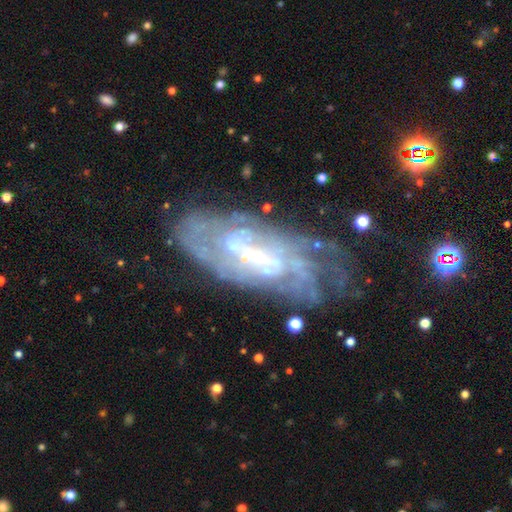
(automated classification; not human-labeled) smooth-or-featured: featured or disk: 80% | smooth: 11% | star or artifact: 8%
  disk-edge-on: no: 90% | yes: 10%
    bar: weak: 41% (tied) | no: 41% (tied) | strong: 18%
    has-spiral-arms: yes: 85% | no: 15%
      spiral-winding: tight: 63% | medium: 28% | loose: 9%
      spiral-arm-count: can't tell: 57% | 2: 10% | 4: 10% | 3: 9% | more than 4: 8% | 1: 5%
    bulge-size: small: 53% | moderate: 22% | none: 20% | large: 4% | dominant: 1%
  merging: none: 60% | minor disturbance: 22% | major disturbance: 14% | merger: 4%